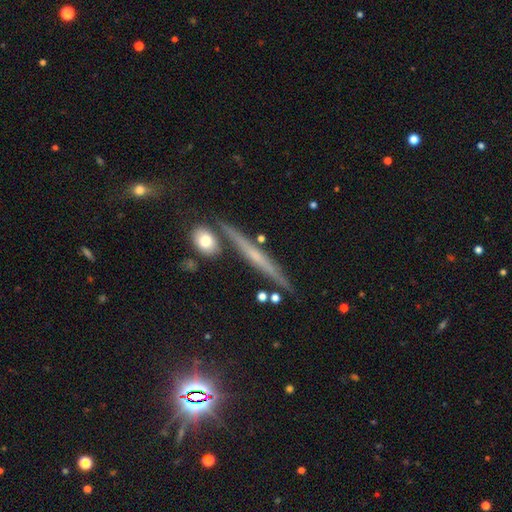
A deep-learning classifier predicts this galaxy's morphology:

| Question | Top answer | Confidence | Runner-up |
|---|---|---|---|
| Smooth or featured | featured or disk | 63% | smooth (26%) |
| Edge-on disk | yes | 96% | no (4%) |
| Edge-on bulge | none | 64% | rounded (27%) |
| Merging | none | 84% | minor disturbance (9%) |